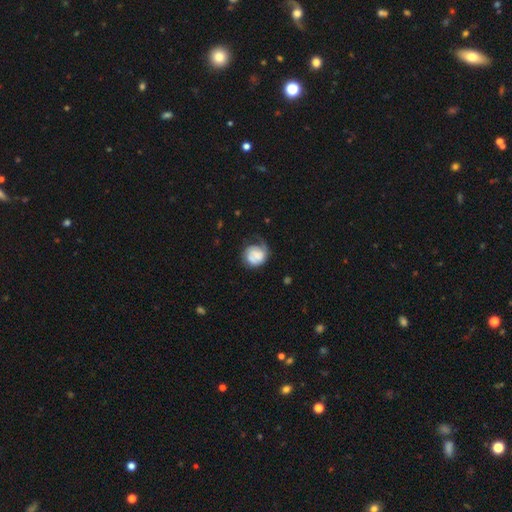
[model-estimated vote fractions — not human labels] This appears to be a smooth galaxy with no disk features (49%). Merging: none (42%).